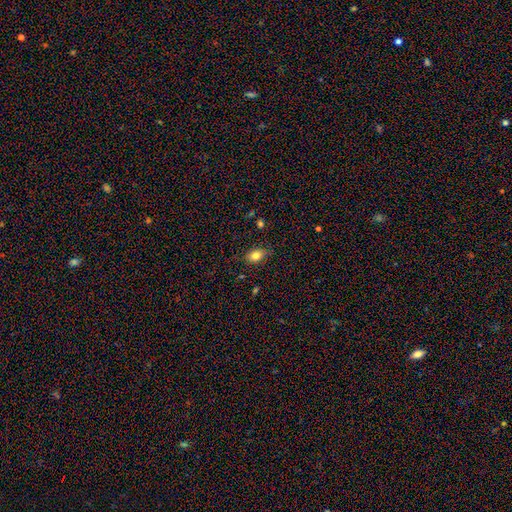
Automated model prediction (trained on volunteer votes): This appears to be a smooth galaxy with no disk features (81%) that is in between round and cigar-shaped (79%). Merging: none (81%).